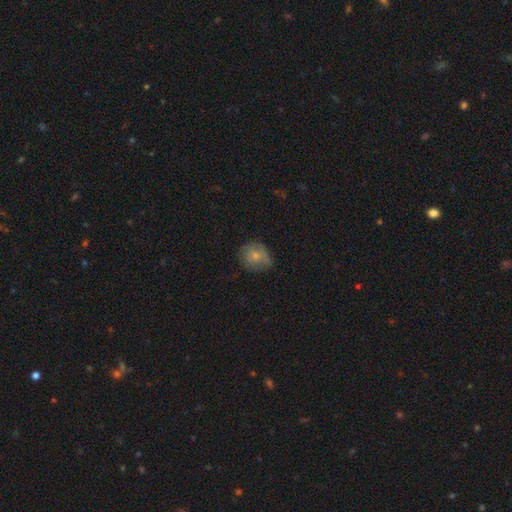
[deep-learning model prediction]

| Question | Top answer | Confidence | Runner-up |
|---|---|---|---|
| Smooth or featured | smooth | 69% | featured or disk (22%) |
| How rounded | round | 77% | in between (22%) |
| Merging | none | 62% | minor disturbance (28%) |